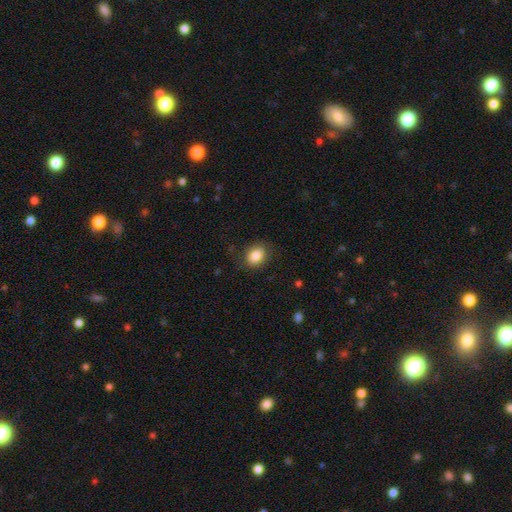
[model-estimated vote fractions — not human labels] Q: Smooth or featured?
A: smooth (85%); runner-up: star or artifact (9%)
Q: How rounded?
A: in between (53%); runner-up: round (46%)
Q: Merging?
A: none (83%); runner-up: minor disturbance (12%)